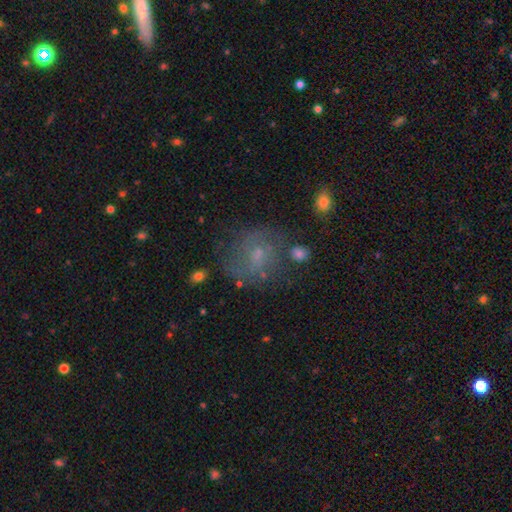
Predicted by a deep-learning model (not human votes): Morphology: type=featured or disk (48%); merging=none (60%).